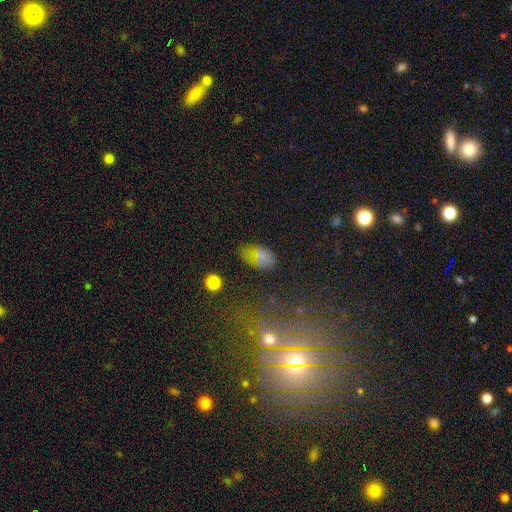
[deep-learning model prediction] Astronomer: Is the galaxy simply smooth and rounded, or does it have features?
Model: smooth — 66%.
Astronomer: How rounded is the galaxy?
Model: in between — 89%.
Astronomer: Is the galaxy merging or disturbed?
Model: none — 64%.